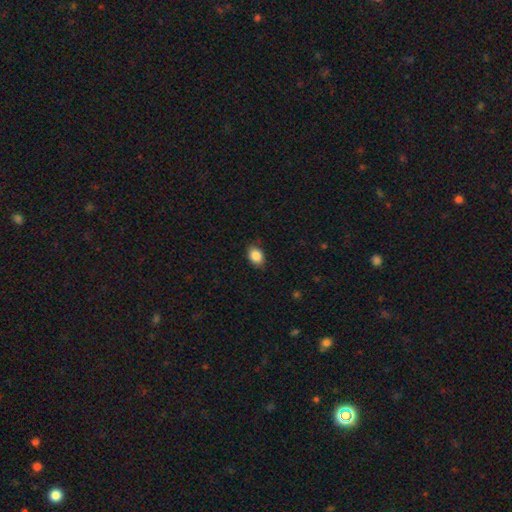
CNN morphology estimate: smooth 87%, star or artifact 8%, featured or disk 5%. Down the decision tree: how rounded — in between (77%); merging — none (83%).